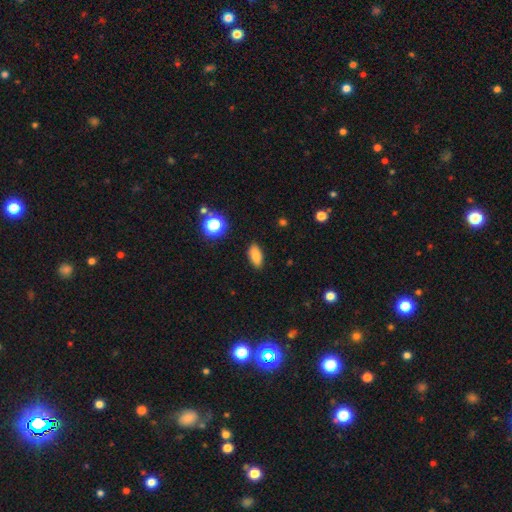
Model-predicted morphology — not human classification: The model was most divided on "smooth or featured": smooth: 82%, star or artifact: 10%, featured or disk: 8%. More confident: how rounded — in between (88%); merging — none (88%).